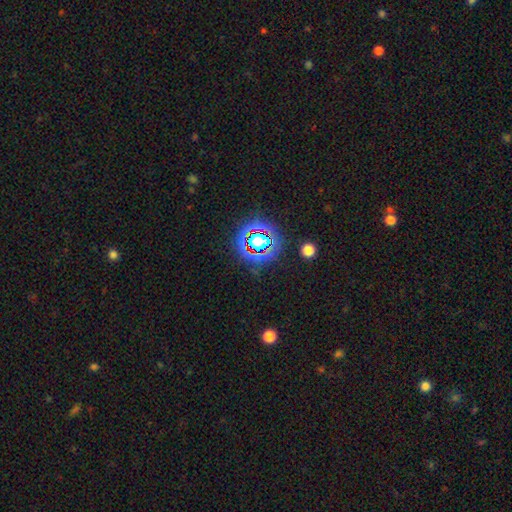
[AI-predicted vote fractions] A star or artifact, not a galaxy (78%).

Vote fractions:
- Smooth or featured? star or artifact: 78% / smooth: 13% / featured or disk: 9%